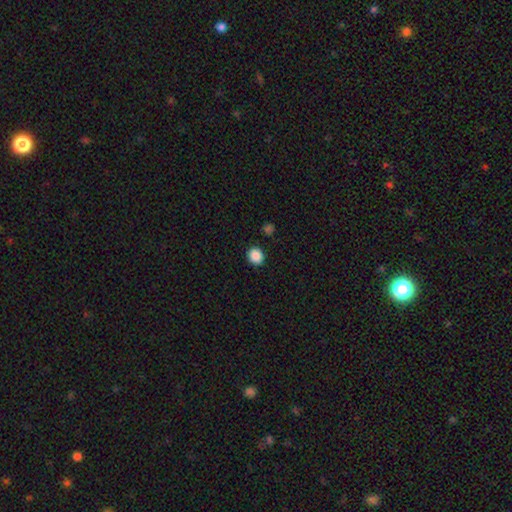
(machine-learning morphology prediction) type=smooth (88%); roundness=round (79%); merging=none (90%).